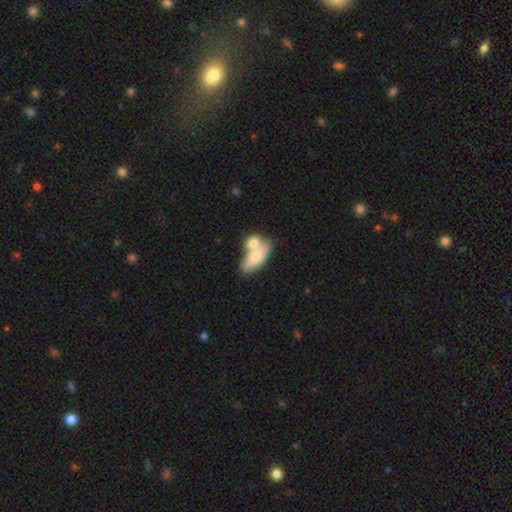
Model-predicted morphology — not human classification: This is likely a smooth galaxy (72%). How rounded: clearly in between (84%). Merging: possibly merger (57%).